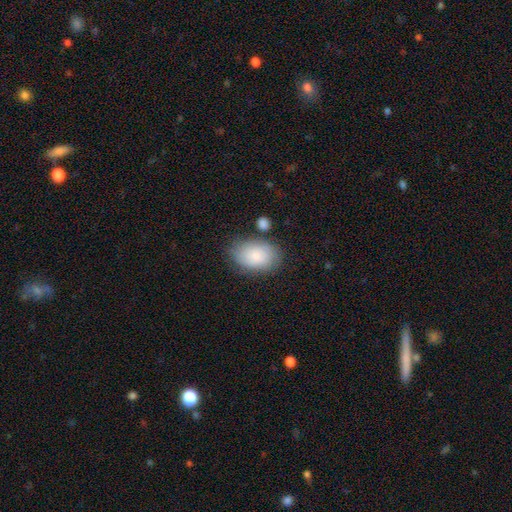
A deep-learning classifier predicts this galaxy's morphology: type=smooth (83%); roundness=in between (85%); merging=none (71%).